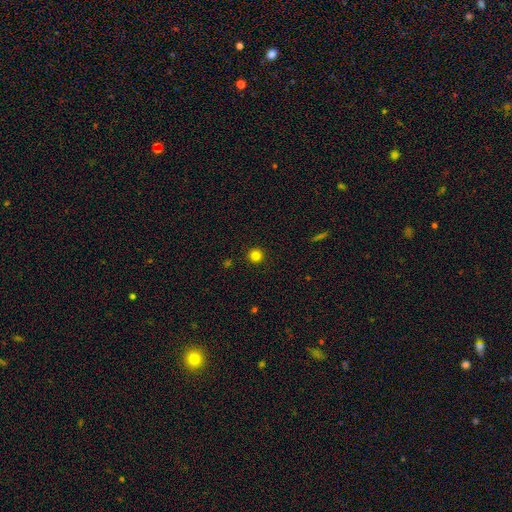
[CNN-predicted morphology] Smooth or featured?
  - smooth: 83% *
  - star or artifact: 13%
  - featured or disk: 4%
How rounded?
  - round: 96% *
  - in between: 3%
  - cigar-shaped: 1%
Merging?
  - none: 93% *
  - minor disturbance: 4%
  - major disturbance: 2%
  - merger: 1%